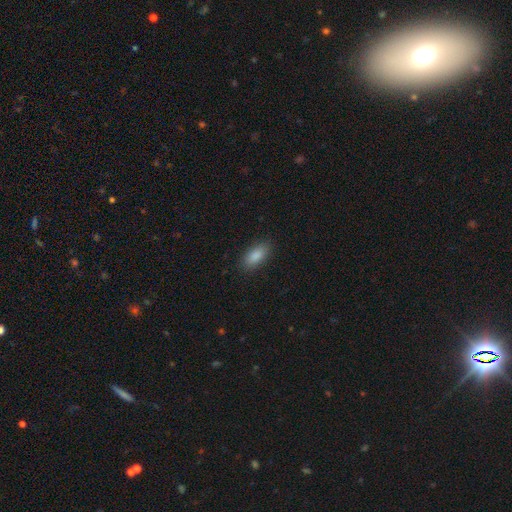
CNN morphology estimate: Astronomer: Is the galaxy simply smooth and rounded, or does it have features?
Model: smooth — 88%.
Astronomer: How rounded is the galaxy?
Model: in between — 87%.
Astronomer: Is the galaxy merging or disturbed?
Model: none — 87%.